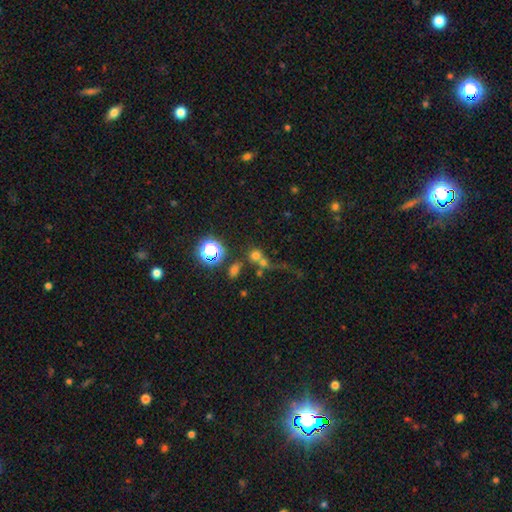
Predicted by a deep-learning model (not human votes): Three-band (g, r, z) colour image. It shows a smooth galaxy with no disk features (60%) that is round (80%). Merging: none (42%).